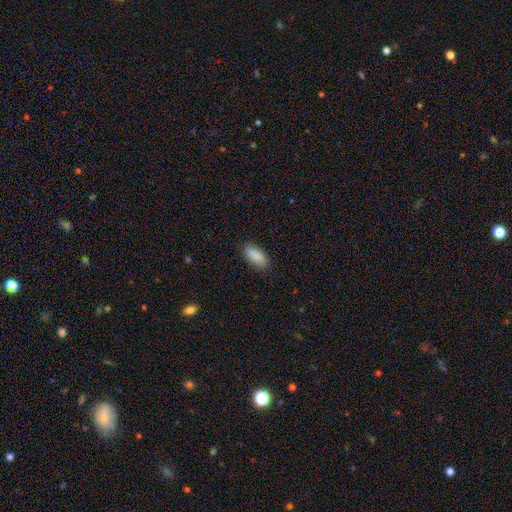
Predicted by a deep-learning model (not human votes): A smooth galaxy with no disk features (89%) that is in between round and cigar-shaped (87%).

Vote fractions:
- Smooth or featured? smooth: 89% / star or artifact: 6% / featured or disk: 5%
- How rounded? in between: 87% / cigar-shaped: 11% / round: 2%
- Merging? none: 85% / minor disturbance: 11% / major disturbance: 3% / merger: 1%